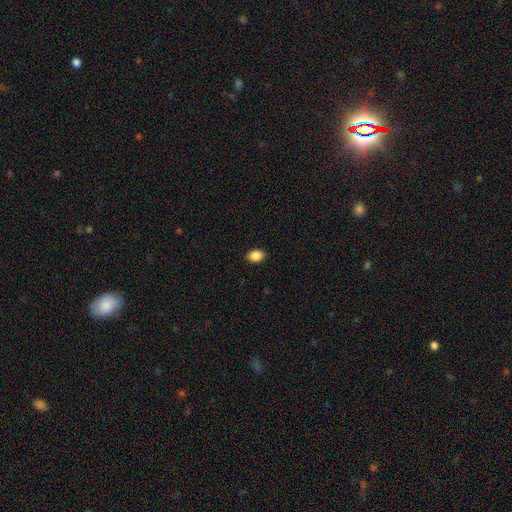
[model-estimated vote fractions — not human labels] smooth_or_featured: smooth (p=0.87) [alt: star or artifact p=0.09]
how_rounded: in between (p=0.71) [alt: round p=0.28]
merging: none (p=0.88) [alt: minor disturbance p=0.09]